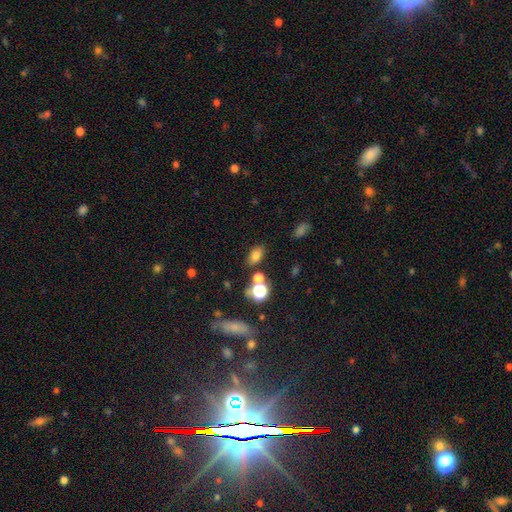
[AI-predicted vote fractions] A smooth galaxy with no disk features (74%) that is in between round and cigar-shaped (81%).

Vote fractions:
- Smooth or featured? smooth: 74% / star or artifact: 17% / featured or disk: 9%
- How rounded? in between: 81% / round: 16% / cigar-shaped: 3%
- Merging? none: 74% / minor disturbance: 12% / merger: 10% / major disturbance: 4%